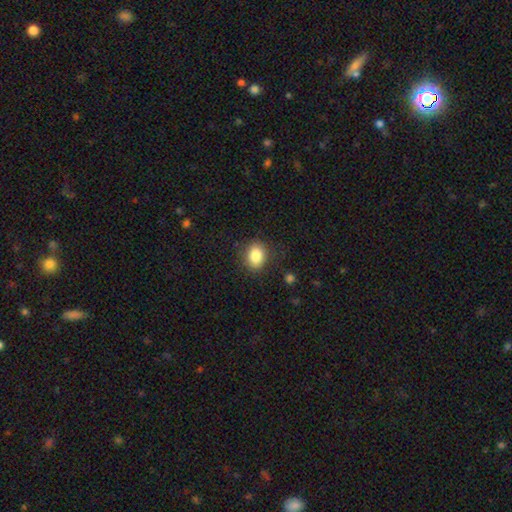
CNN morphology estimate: smooth_or_featured: smooth (p=0.84) [alt: star or artifact p=0.09]
how_rounded: in between (p=0.60) [alt: round p=0.39]
merging: none (p=0.84) [alt: minor disturbance p=0.11]